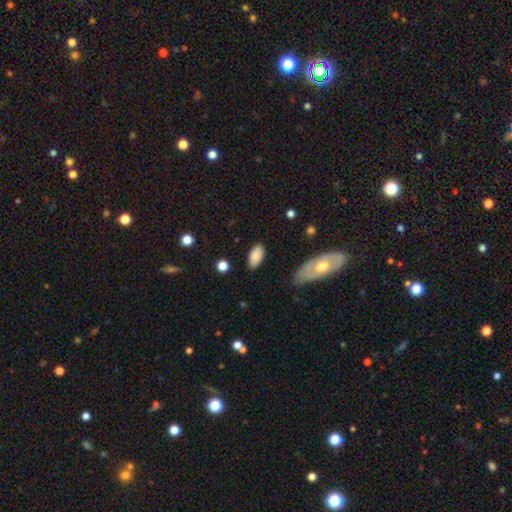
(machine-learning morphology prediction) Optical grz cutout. It shows a smooth galaxy with no disk features (86%) that is in between round and cigar-shaped (93%). Merging: none (83%).